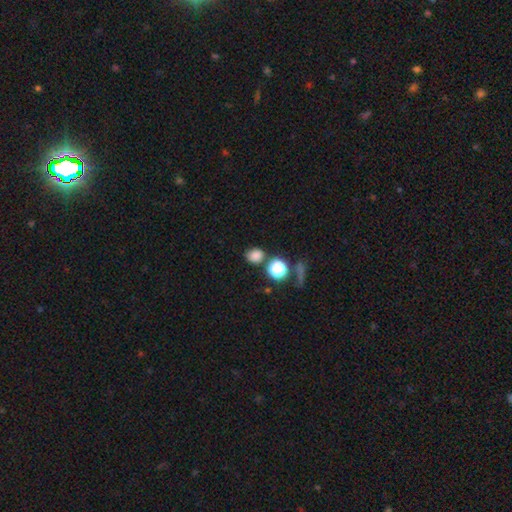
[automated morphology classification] Smooth or featured? smooth (78%)
How rounded? round (64%)
Merging? none (71%)